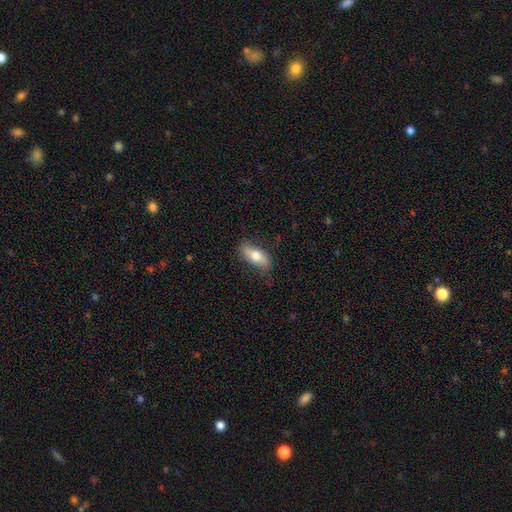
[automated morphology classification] Smooth or featured? smooth (62%)
How rounded? in between (79%)
Merging? none (76%)